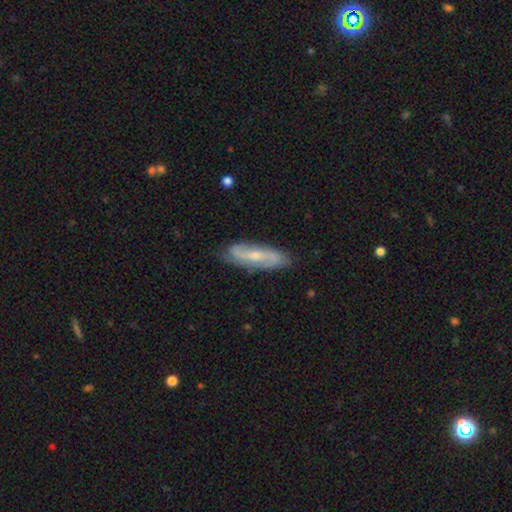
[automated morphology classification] Smooth or featured?
  - featured or disk: 73% *
  - smooth: 21%
  - star or artifact: 6%
Edge-on disk?
  - no: 83% *
  - yes: 17%
Bar?
  - weak: 41% *
  - no: 35%
  - strong: 24%
Spiral arms?
  - yes: 92% *
  - no: 8%
Spiral winding?
  - loose: 42% *
  - medium: 38%
  - tight: 20%
Spiral arm count?
  - 2: 86% *
  - can't tell: 8%
  - 1: 2%
  - 3: 2%
  - 4: 1%
  - more than 4: 1%
Bulge size?
  - small: 61% *
  - moderate: 33%
  - none: 4%
  - large: 1%
  - dominant: 1%
Merging?
  - none: 82% *
  - minor disturbance: 14%
  - major disturbance: 3%
  - merger: 1%